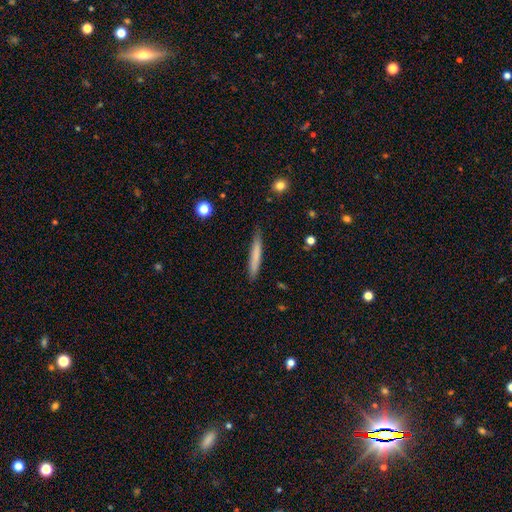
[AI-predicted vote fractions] Q: Smooth or featured?
A: smooth (73%); runner-up: featured or disk (20%)
Q: How rounded?
A: cigar-shaped (95%); runner-up: in between (3%)
Q: Merging?
A: none (85%); runner-up: minor disturbance (12%)